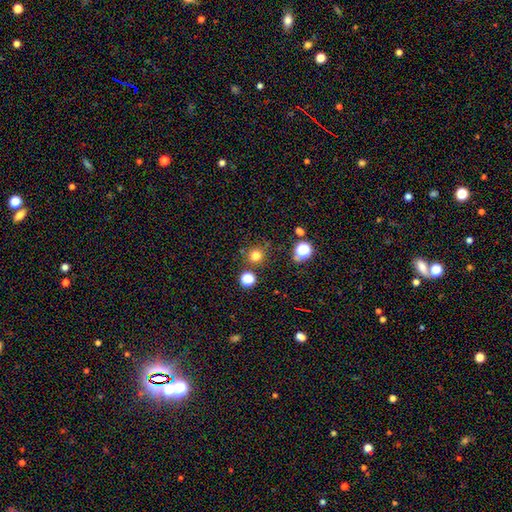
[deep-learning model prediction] Smooth or featured: smooth — 75% (star or artifact — 20%)
How rounded: round — 92% (in between — 7%)
Merging: none — 80% (minor disturbance — 9%)